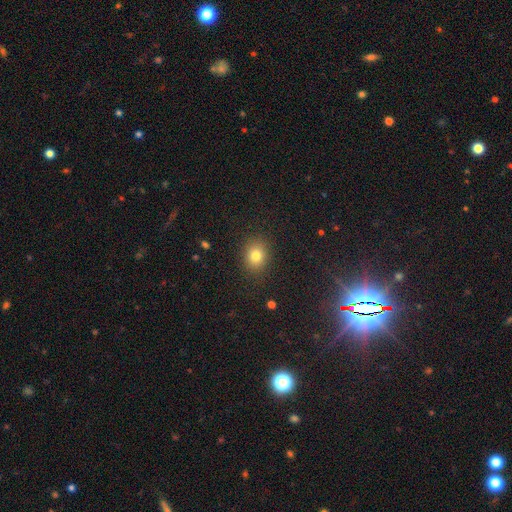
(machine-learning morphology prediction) smooth-or-featured: smooth: 80% | star or artifact: 12% | featured or disk: 7%
  how-rounded: round: 59% | in between: 40% | cigar-shaped: 1%
  merging: none: 88% | minor disturbance: 8% | major disturbance: 3% | merger: 1%